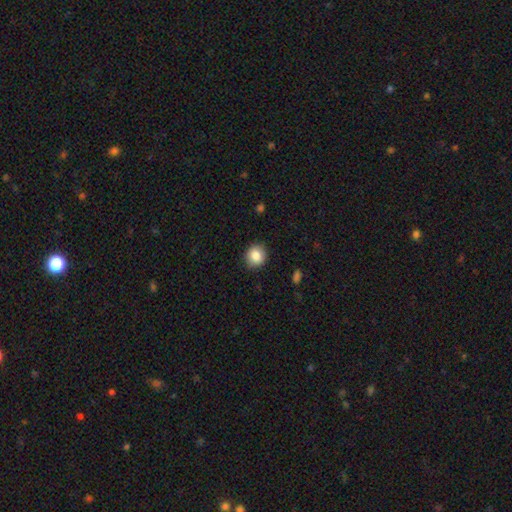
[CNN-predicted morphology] Q: Smooth or featured?
A: smooth (86%); runner-up: star or artifact (9%)
Q: How rounded?
A: round (82%); runner-up: in between (17%)
Q: Merging?
A: none (89%); runner-up: minor disturbance (8%)